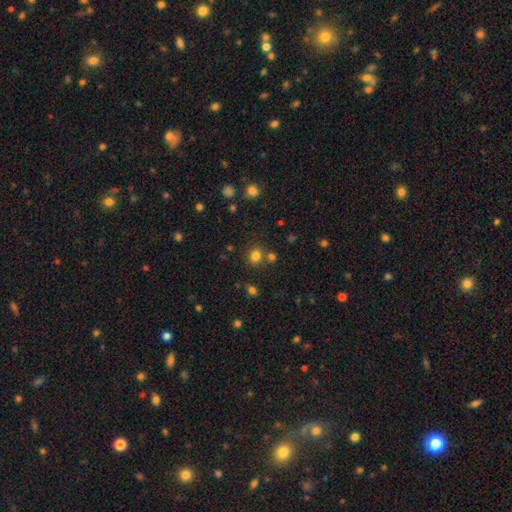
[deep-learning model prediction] Smooth or featured: smooth — 79% (star or artifact — 16%)
How rounded: round — 83% (in between — 16%)
Merging: none — 76% (merger — 12%)